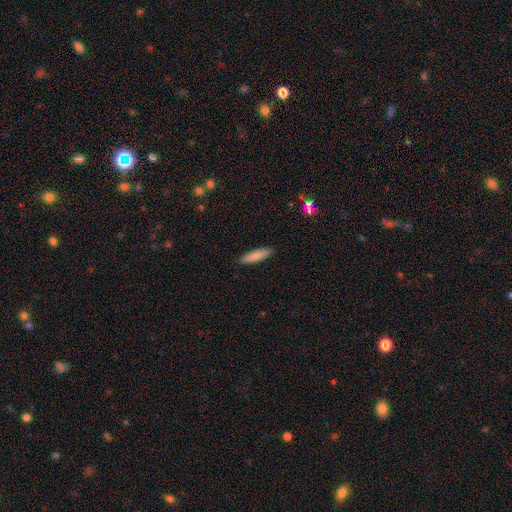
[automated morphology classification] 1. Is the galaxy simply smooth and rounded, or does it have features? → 85% smooth, 10% featured or disk, 6% star or artifact.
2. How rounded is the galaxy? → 70% cigar-shaped, 29% in between, 1% round.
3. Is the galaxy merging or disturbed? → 90% none, 7% minor disturbance, 2% major disturbance, 1% merger.